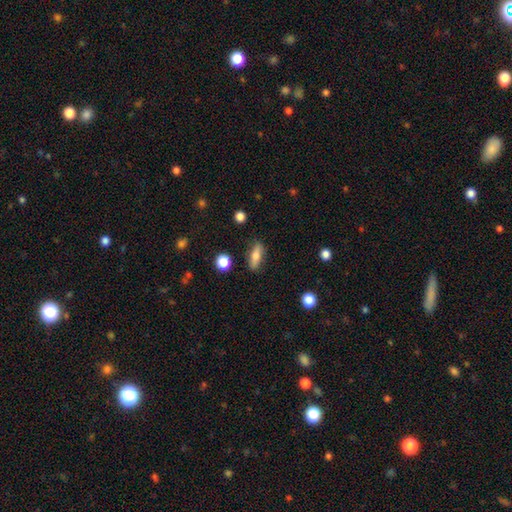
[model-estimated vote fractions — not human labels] The model was most divided on "how rounded": in between: 55%, cigar-shaped: 40%, round: 5%. More confident: merging — none (84%); smooth or featured — smooth (72%).